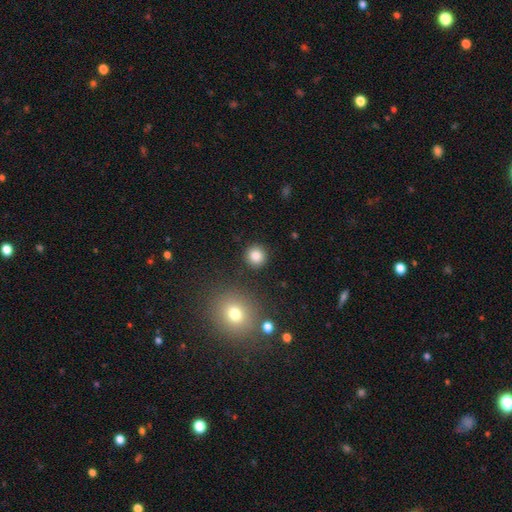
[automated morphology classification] Smooth or featured?
  - smooth: 84% *
  - star or artifact: 11%
  - featured or disk: 5%
How rounded?
  - round: 93% *
  - in between: 6%
  - cigar-shaped: 1%
Merging?
  - none: 90% *
  - minor disturbance: 5%
  - major disturbance: 2%
  - merger: 2%